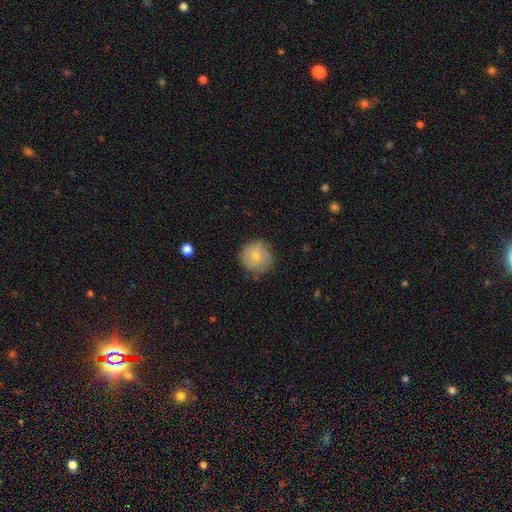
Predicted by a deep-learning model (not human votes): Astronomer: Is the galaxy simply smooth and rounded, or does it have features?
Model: smooth — 76%.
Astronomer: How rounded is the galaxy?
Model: round — 93%.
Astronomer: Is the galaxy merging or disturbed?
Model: none — 77%.